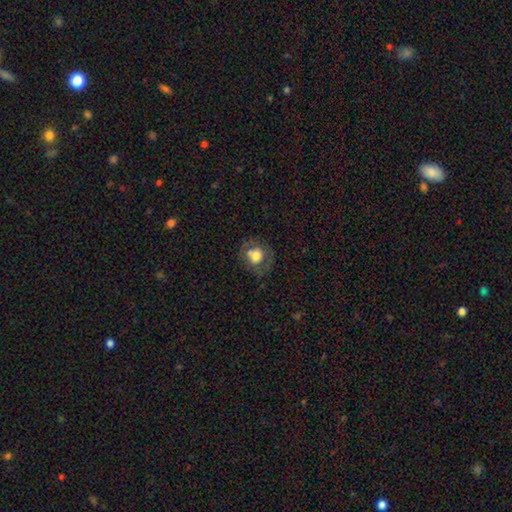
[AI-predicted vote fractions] A smooth galaxy with no disk features (68%) that is round (73%).

Vote fractions:
- Smooth or featured? smooth: 68% / featured or disk: 22% / star or artifact: 10%
- How rounded? round: 73% / in between: 26% / cigar-shaped: 1%
- Merging? none: 66% / minor disturbance: 19% / major disturbance: 9% / merger: 6%